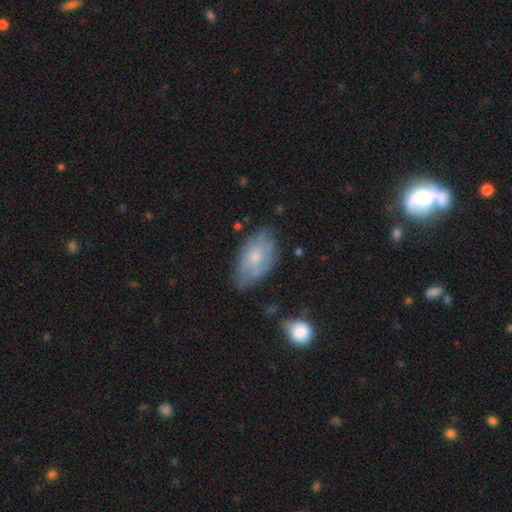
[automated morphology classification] Smooth or featured?
  - smooth: 51% *
  - featured or disk: 42%
  - star or artifact: 7%
How rounded?
  - in between: 92% *
  - round: 6%
  - cigar-shaped: 2%
Merging?
  - none: 53% *
  - minor disturbance: 33%
  - major disturbance: 11%
  - merger: 3%